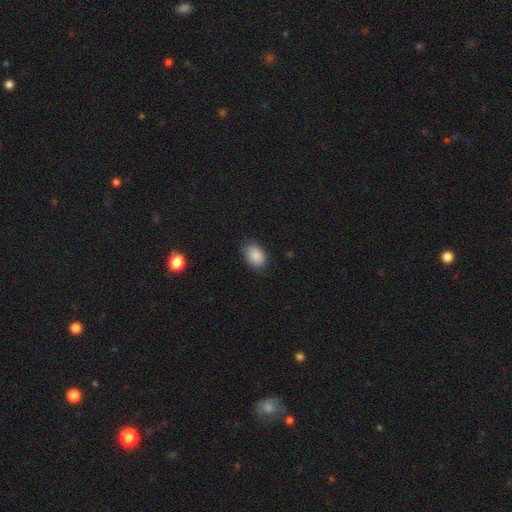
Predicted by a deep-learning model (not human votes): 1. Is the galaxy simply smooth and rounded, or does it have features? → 88% smooth, 7% star or artifact, 5% featured or disk.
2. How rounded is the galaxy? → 85% in between, 14% round, 1% cigar-shaped.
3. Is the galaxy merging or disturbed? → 81% none, 15% minor disturbance, 3% major disturbance, 1% merger.